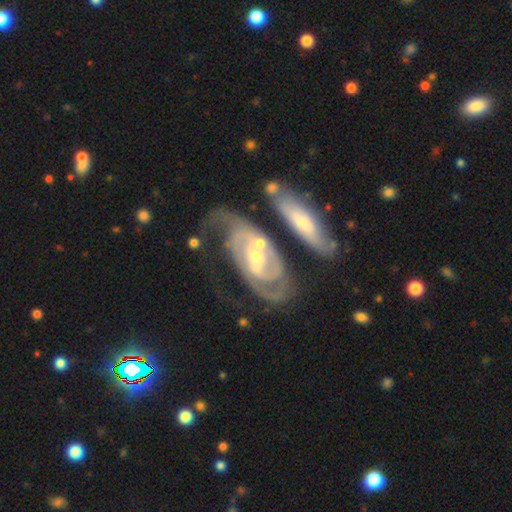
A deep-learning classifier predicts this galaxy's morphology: smooth_or_featured: featured or disk (p=0.87) [alt: smooth p=0.08]
disk_edge_on: no (p=0.93) [alt: yes p=0.07]
bar: no (p=0.44) [alt: weak p=0.40]
has_spiral_arms: yes (p=0.95) [alt: no p=0.05]
spiral_winding: tight (p=0.59) [alt: medium p=0.33]
spiral_arm_count: 2 (p=0.61) [alt: can't tell p=0.20]
bulge_size: small (p=0.56) [alt: moderate p=0.37]
merging: none (p=0.45) [alt: merger p=0.25]